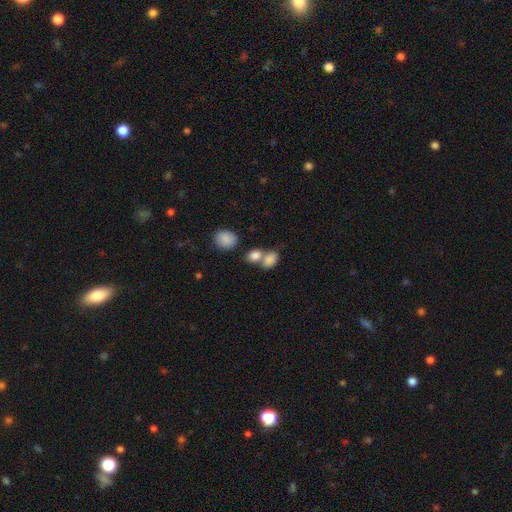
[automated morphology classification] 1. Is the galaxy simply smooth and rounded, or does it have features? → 84% smooth, 8% star or artifact, 8% featured or disk.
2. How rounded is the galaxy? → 73% in between, 26% round, 2% cigar-shaped.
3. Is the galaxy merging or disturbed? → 54% merger, 34% none, 8% minor disturbance, 4% major disturbance.